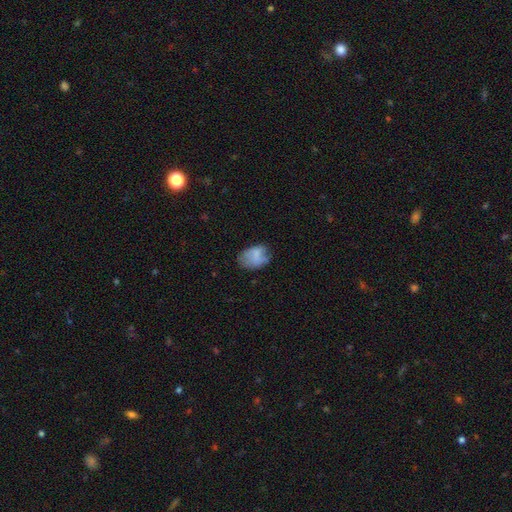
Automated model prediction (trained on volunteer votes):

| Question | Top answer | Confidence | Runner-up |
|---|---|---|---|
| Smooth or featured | smooth | 71% | featured or disk (19%) |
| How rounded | in between | 80% | round (19%) |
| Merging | none | 51% | minor disturbance (32%) |